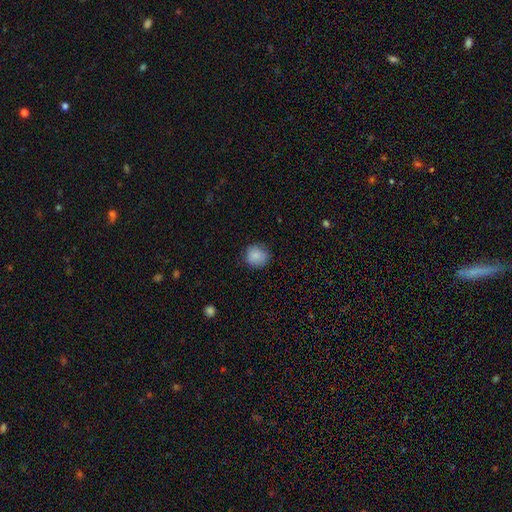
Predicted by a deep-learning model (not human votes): smooth_or_featured: smooth (p=0.87) [alt: star or artifact p=0.08]
how_rounded: round (p=0.86) [alt: in between p=0.13]
merging: none (p=0.84) [alt: minor disturbance p=0.12]